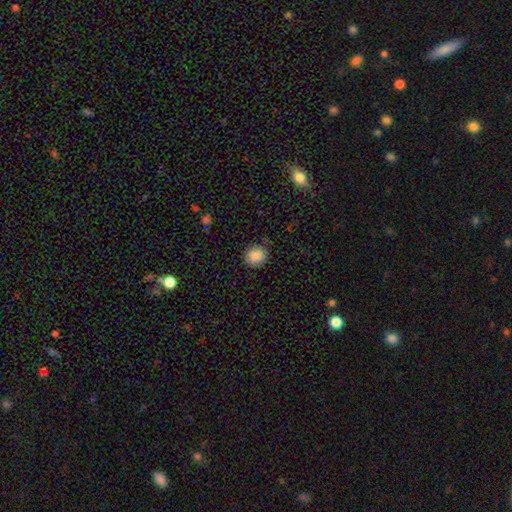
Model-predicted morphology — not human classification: Q: Smooth or featured?
A: smooth (88%); runner-up: star or artifact (9%)
Q: How rounded?
A: round (85%); runner-up: in between (15%)
Q: Merging?
A: none (88%); runner-up: minor disturbance (9%)